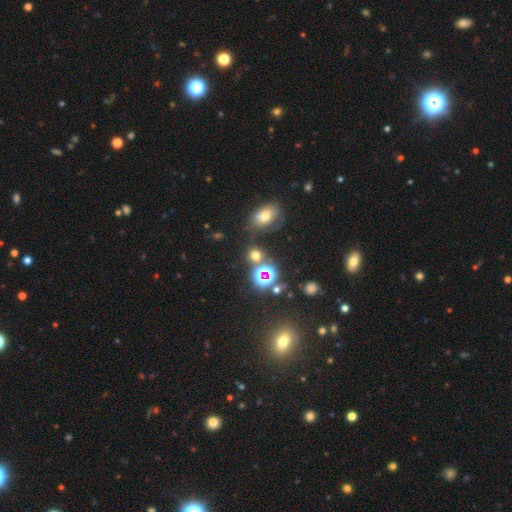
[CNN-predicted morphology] Smooth or featured? Predicted: smooth (p=0.54). How rounded? Predicted: round (p=0.79). Merging? Predicted: none (p=0.70).